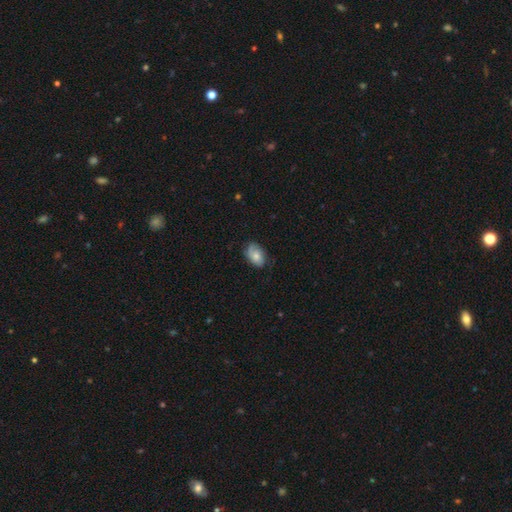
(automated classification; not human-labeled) Smooth or featured?
  - smooth: 57% *
  - featured or disk: 36%
  - star or artifact: 7%
How rounded?
  - in between: 87% *
  - round: 11%
  - cigar-shaped: 1%
Merging?
  - none: 62% *
  - minor disturbance: 28%
  - major disturbance: 8%
  - merger: 1%